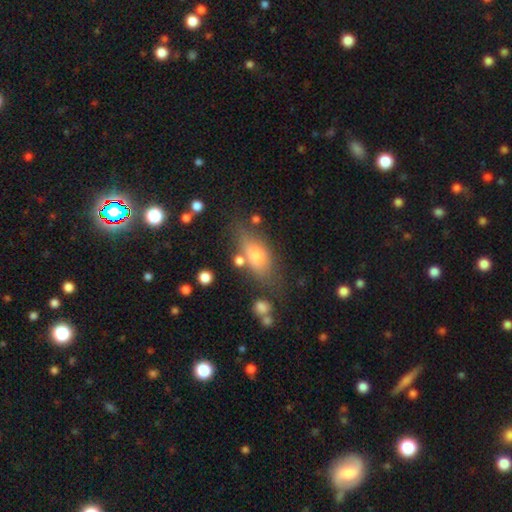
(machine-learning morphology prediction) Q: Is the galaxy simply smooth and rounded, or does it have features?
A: smooth — 66%.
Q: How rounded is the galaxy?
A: in between — 76%.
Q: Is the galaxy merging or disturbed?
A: none — 60%.